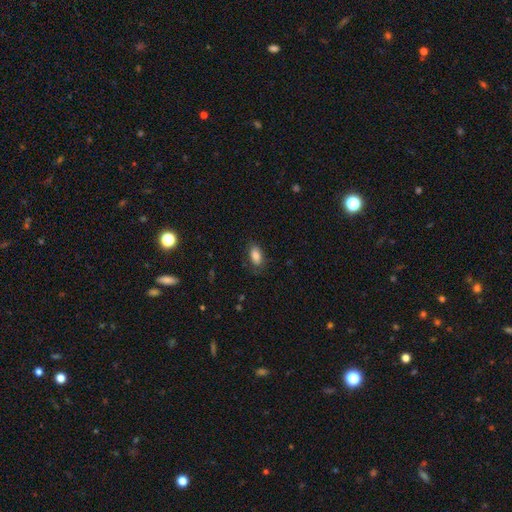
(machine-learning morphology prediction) Smooth or featured? Predicted: smooth (p=0.83). How rounded? Predicted: in between (p=0.91). Merging? Predicted: none (p=0.75).